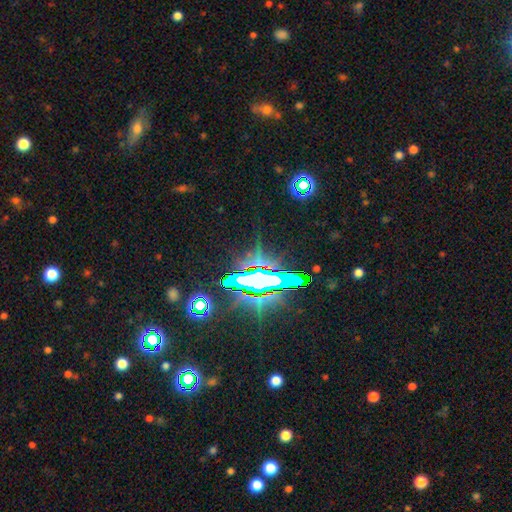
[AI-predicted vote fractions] A star or artifact, not a galaxy (70%).